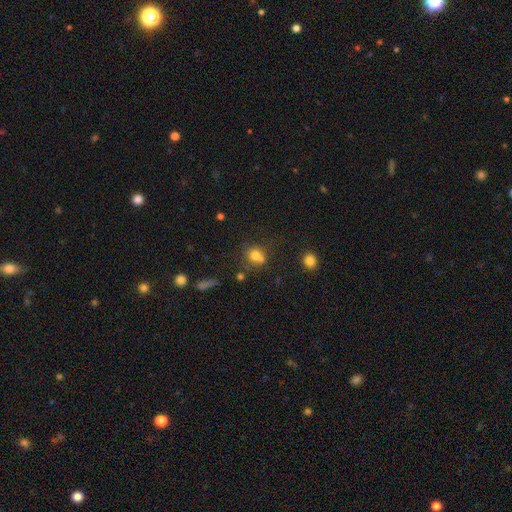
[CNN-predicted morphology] type=smooth (73%); roundness=round (78%); merging=none (48%).